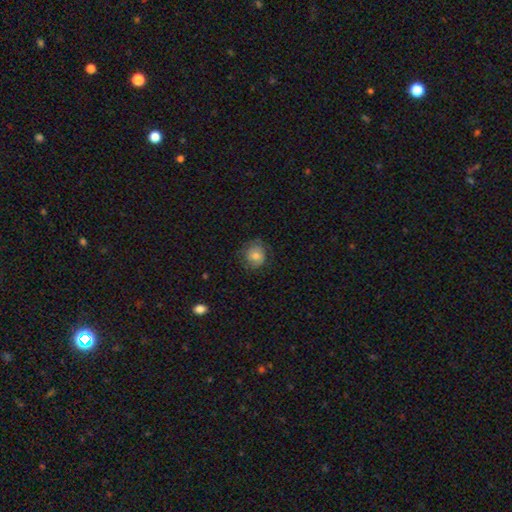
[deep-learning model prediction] smooth_or_featured: smooth (p=0.64) [alt: featured or disk p=0.28]
how_rounded: round (p=0.81) [alt: in between p=0.18]
merging: none (p=0.72) [alt: minor disturbance p=0.19]